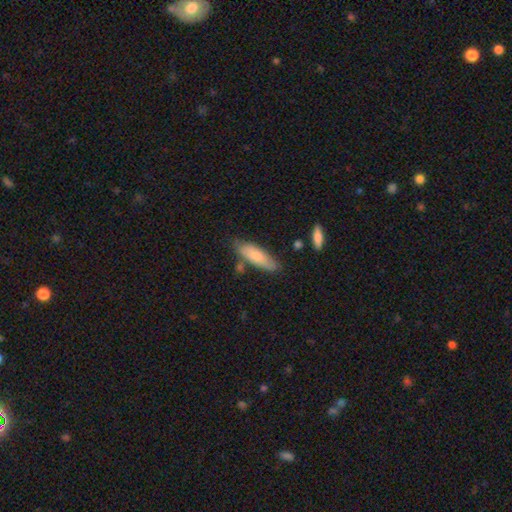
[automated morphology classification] The model was most divided on "how rounded": in between: 54%, cigar-shaped: 44%, round: 2%. More confident: smooth or featured — smooth (74%); merging — none (69%).